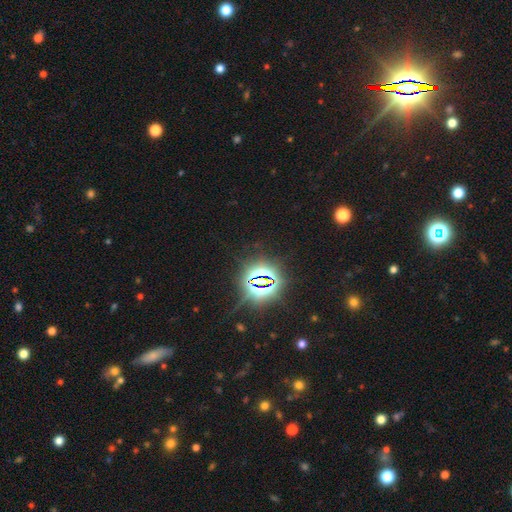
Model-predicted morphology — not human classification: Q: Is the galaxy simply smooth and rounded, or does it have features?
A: star or artifact — 81%.